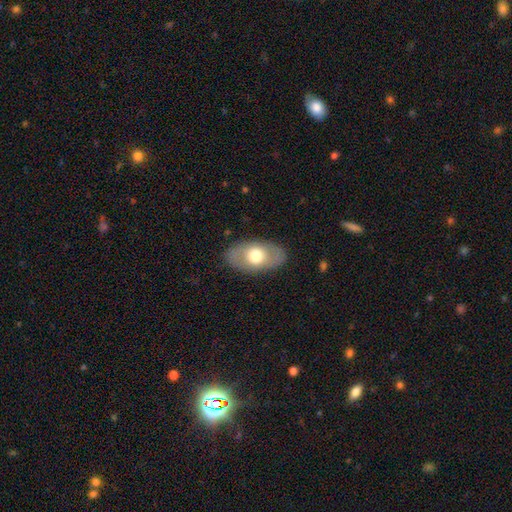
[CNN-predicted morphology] Smooth or featured?
  - smooth: 57% *
  - featured or disk: 37%
  - star or artifact: 6%
How rounded?
  - in between: 91% *
  - round: 7%
  - cigar-shaped: 2%
Merging?
  - none: 84% *
  - minor disturbance: 11%
  - major disturbance: 4%
  - merger: 1%